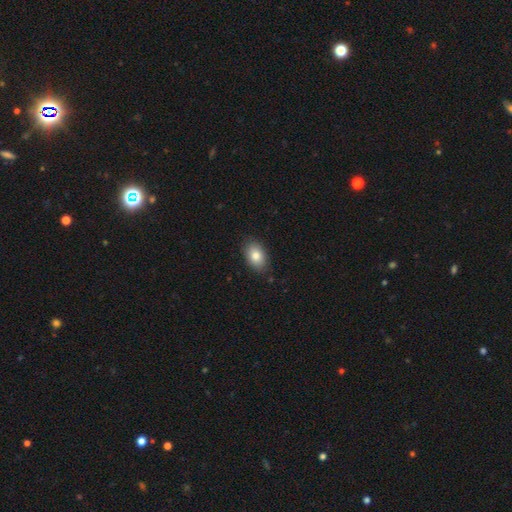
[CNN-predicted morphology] smooth_or_featured: smooth (p=0.82) [alt: featured or disk p=0.10]
how_rounded: in between (p=0.86) [alt: round p=0.13]
merging: none (p=0.85) [alt: minor disturbance p=0.11]